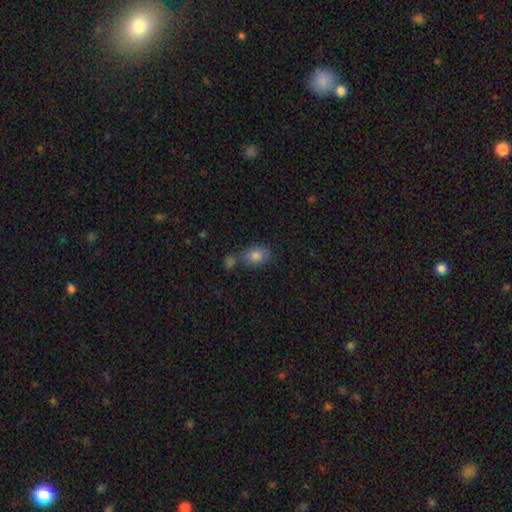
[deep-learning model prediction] Smooth or featured?
  - smooth: 80% *
  - star or artifact: 11%
  - featured or disk: 9%
How rounded?
  - in between: 74% *
  - round: 25%
  - cigar-shaped: 1%
Merging?
  - none: 63% *
  - merger: 21%
  - minor disturbance: 13%
  - major disturbance: 4%